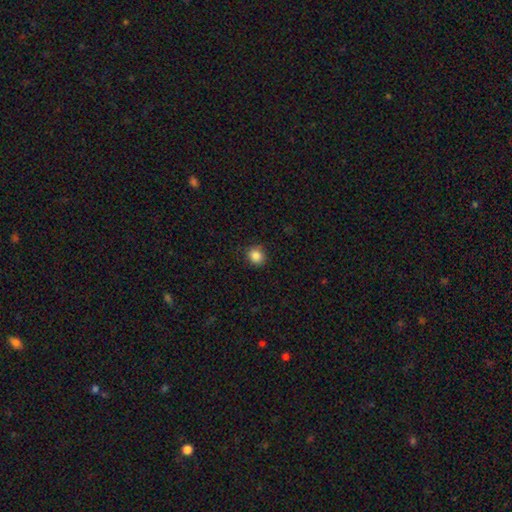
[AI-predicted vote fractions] A smooth galaxy with no disk features (86%) that is round (86%).

Vote fractions:
- Smooth or featured? smooth: 86% / star or artifact: 10% / featured or disk: 4%
- How rounded? round: 86% / in between: 13% / cigar-shaped: 1%
- Merging? none: 88% / minor disturbance: 9% / major disturbance: 2% / merger: 1%